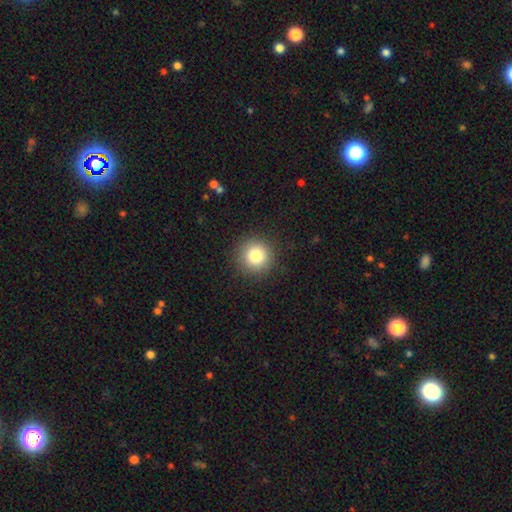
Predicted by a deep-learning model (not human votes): This is clearly a smooth galaxy (82%). How rounded: clearly round (95%). Merging: clearly none (90%).